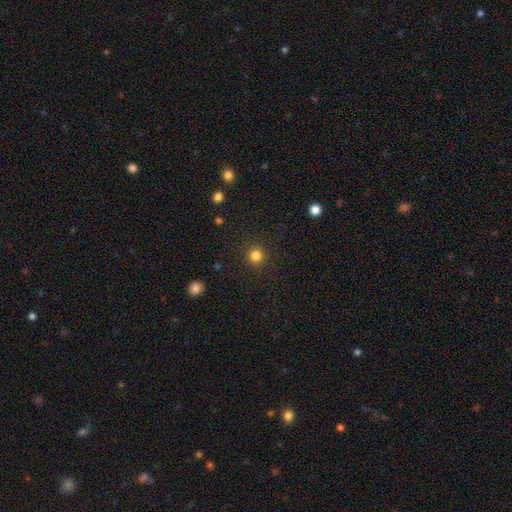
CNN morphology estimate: A smooth galaxy with no disk features (83%) that is round (94%).

Vote fractions:
- Smooth or featured? smooth: 83% / star or artifact: 13% / featured or disk: 4%
- How rounded? round: 94% / in between: 5% / cigar-shaped: 1%
- Merging? none: 91% / minor disturbance: 6% / major disturbance: 2% / merger: 1%